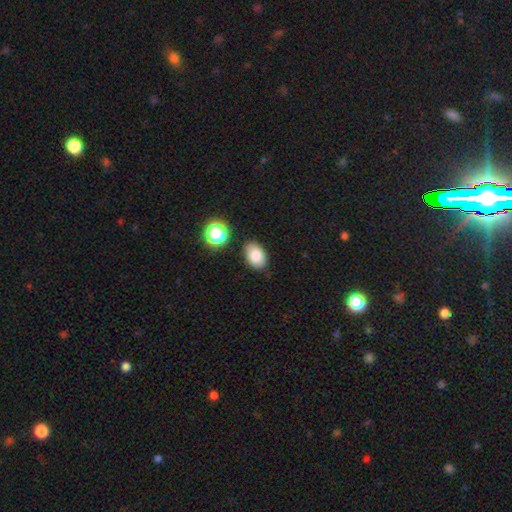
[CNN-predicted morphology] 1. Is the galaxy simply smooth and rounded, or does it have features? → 82% smooth, 10% star or artifact, 8% featured or disk.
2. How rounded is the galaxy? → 85% in between, 14% round, 1% cigar-shaped.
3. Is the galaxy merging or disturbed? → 83% none, 11% minor disturbance, 3% merger, 3% major disturbance.